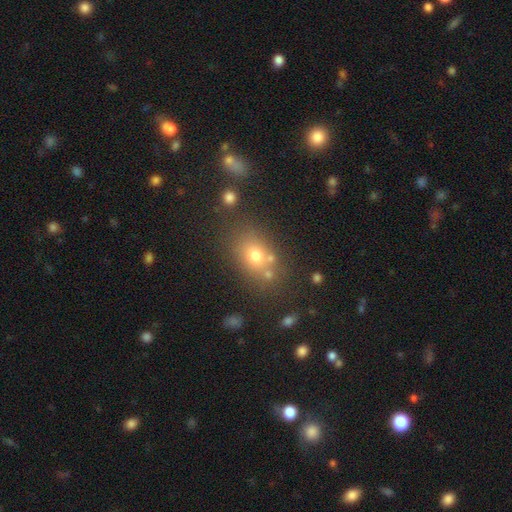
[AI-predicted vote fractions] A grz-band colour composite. It shows a smooth galaxy with no disk features (67%) that is in between round and cigar-shaped (60%). Merging: none (65%).